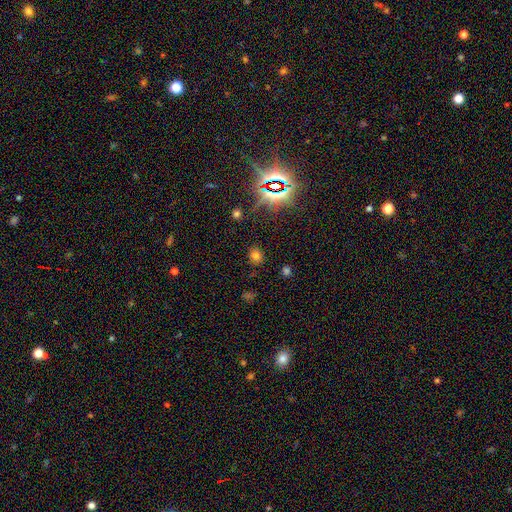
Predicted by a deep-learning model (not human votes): smooth 68%, star or artifact 25%, featured or disk 7%. Down the decision tree: how rounded — round (72%); merging — none (86%).